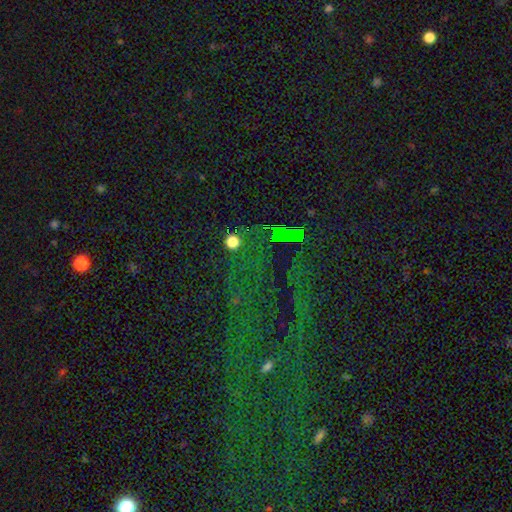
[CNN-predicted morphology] Overall: star or artifact (81%).